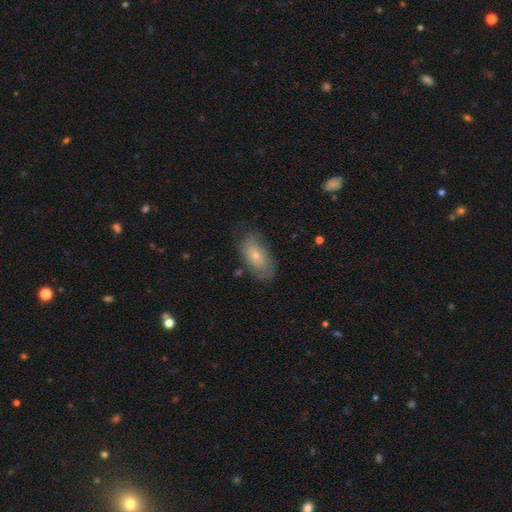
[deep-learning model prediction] This appears to be a smooth galaxy with no disk features (62%) that is in between round and cigar-shaped (91%). Merging: none (66%).